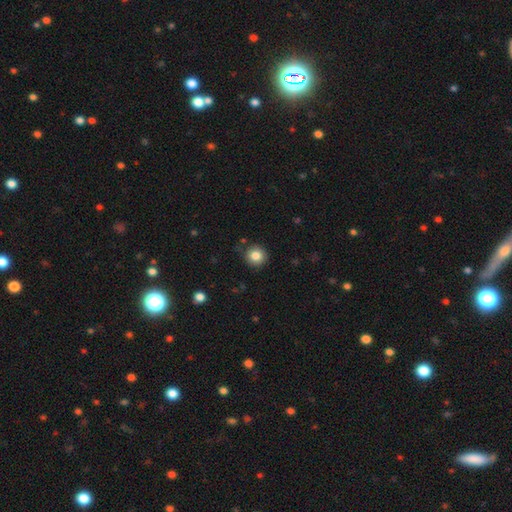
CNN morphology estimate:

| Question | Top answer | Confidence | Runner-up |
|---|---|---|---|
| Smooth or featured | smooth | 83% | star or artifact (10%) |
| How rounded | round | 93% | in between (6%) |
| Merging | none | 85% | minor disturbance (10%) |